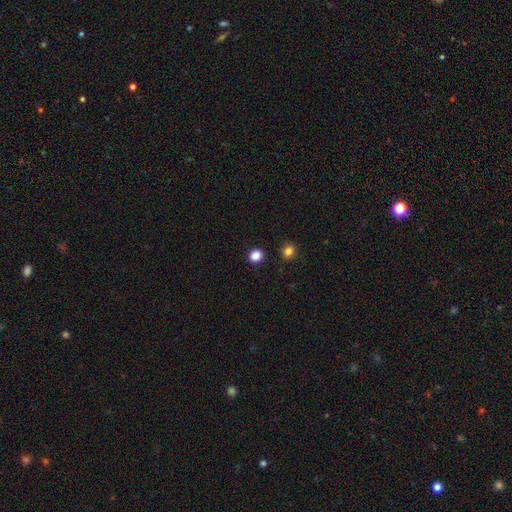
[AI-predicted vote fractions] Smooth or featured?
  - smooth: 85% *
  - star or artifact: 12%
  - featured or disk: 3%
How rounded?
  - round: 83% *
  - in between: 16%
  - cigar-shaped: 1%
Merging?
  - none: 91% *
  - minor disturbance: 5%
  - merger: 2%
  - major disturbance: 2%